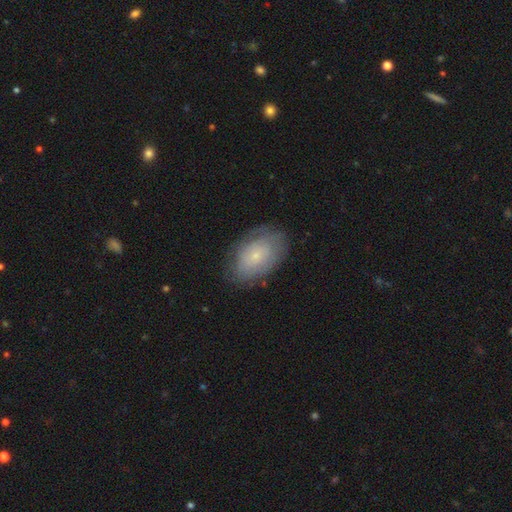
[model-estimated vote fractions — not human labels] Smooth or featured: smooth — 59% (featured or disk — 33%)
How rounded: in between — 88% (round — 10%)
Merging: none — 76% (minor disturbance — 17%)